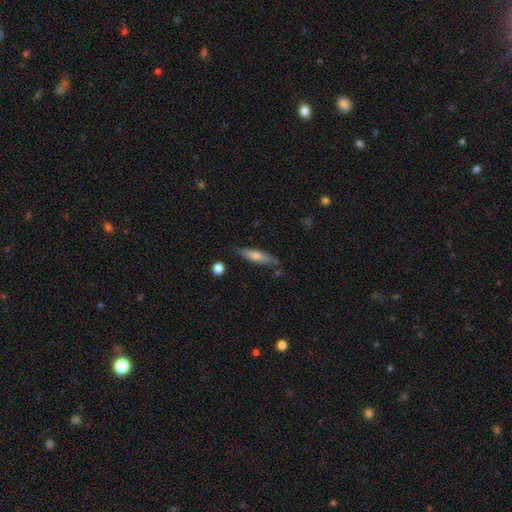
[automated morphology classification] This appears to be a smooth galaxy with no disk features (61%) that is cigar-shaped (79%). Merging: none (78%).